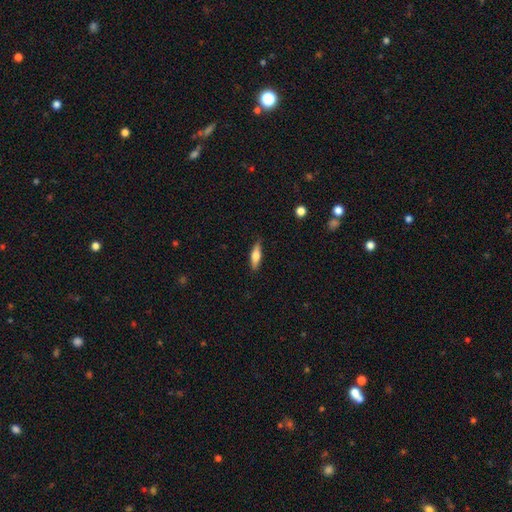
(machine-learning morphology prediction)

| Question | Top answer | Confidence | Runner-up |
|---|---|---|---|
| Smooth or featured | smooth | 64% | featured or disk (29%) |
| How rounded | cigar-shaped | 58% | in between (40%) |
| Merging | none | 85% | minor disturbance (12%) |